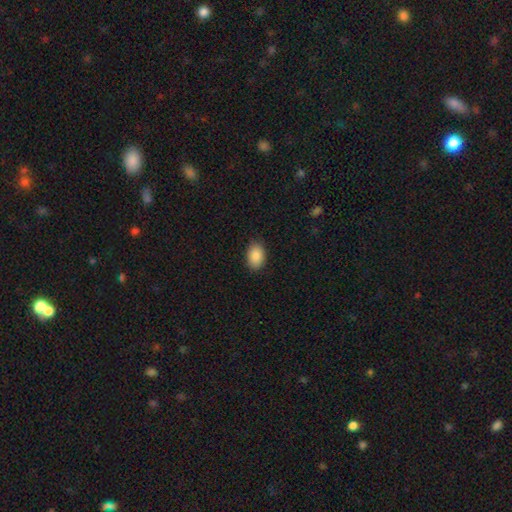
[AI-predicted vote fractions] Overall: smooth (89%). How rounded: in between (87%). Merging: none (89%).